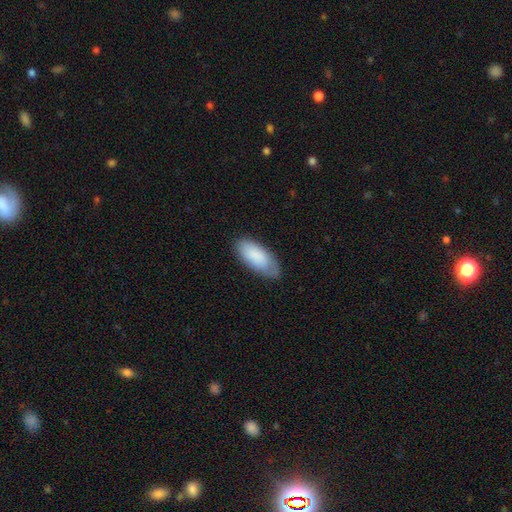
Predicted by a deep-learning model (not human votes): The model was most divided on "merging": none: 73%, minor disturbance: 22%, major disturbance: 4%, merger: 1%. More confident: how rounded — in between (88%); smooth or featured — smooth (84%).